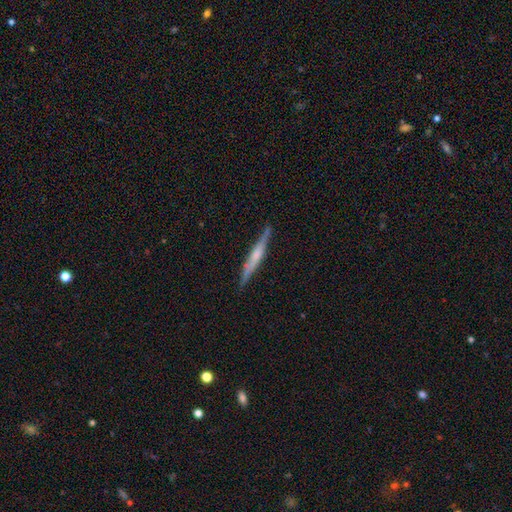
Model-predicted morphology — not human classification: Overall: featured or disk (63%; smooth 31%). Edge-on disk: yes (97%). Edge-on bulge: rounded (49%; none 31%). Merging: none (87%).